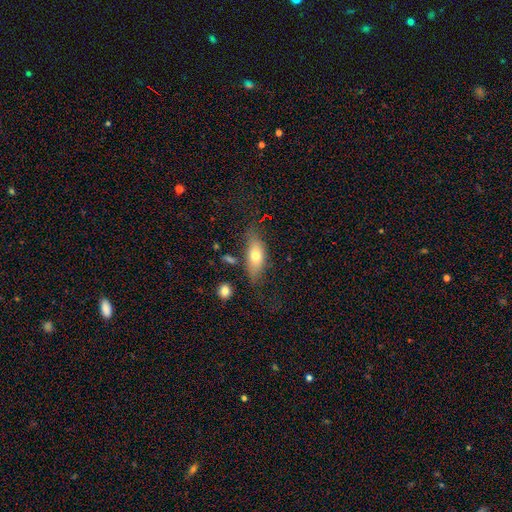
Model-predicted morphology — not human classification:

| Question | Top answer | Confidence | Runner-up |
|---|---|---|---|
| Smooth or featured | smooth | 68% | featured or disk (24%) |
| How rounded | in between | 75% | cigar-shaped (20%) |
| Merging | none | 64% | minor disturbance (22%) |